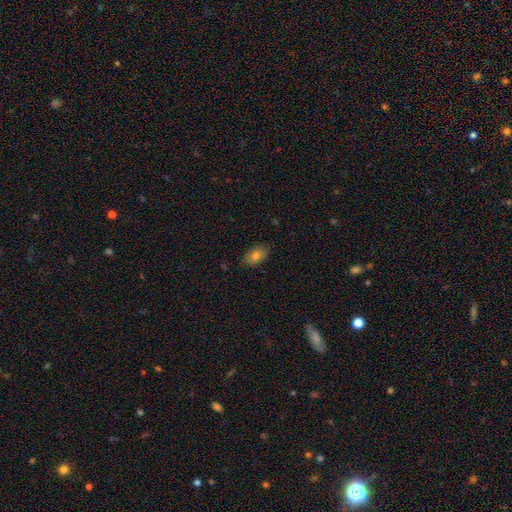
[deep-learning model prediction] Q: Smooth or featured?
A: smooth (77%); runner-up: featured or disk (14%)
Q: How rounded?
A: in between (89%); runner-up: round (9%)
Q: Merging?
A: none (84%); runner-up: minor disturbance (13%)